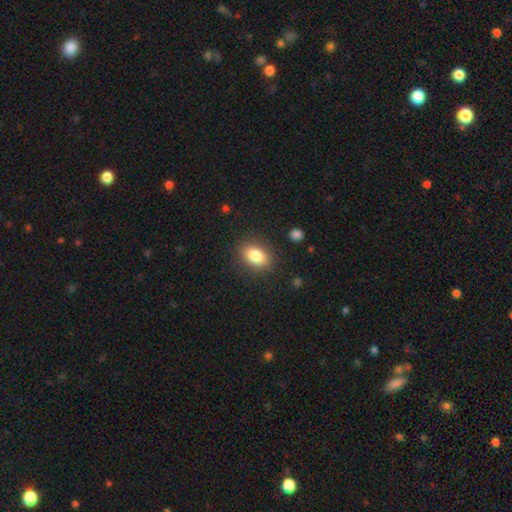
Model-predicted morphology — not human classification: type=smooth (83%); roundness=in between (79%); merging=none (86%).